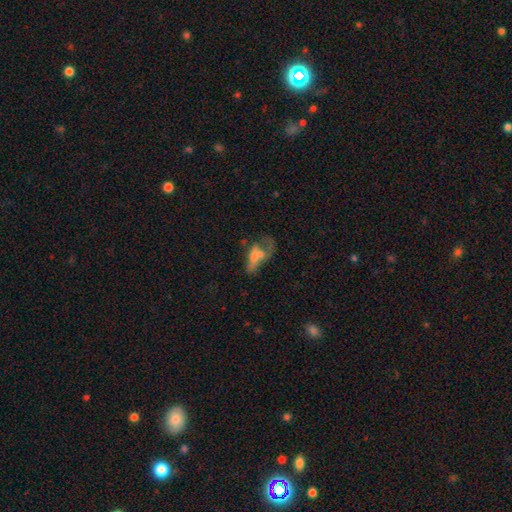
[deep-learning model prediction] Morphology: type=smooth (47%); merging=merger (35%, tied with major disturbance).